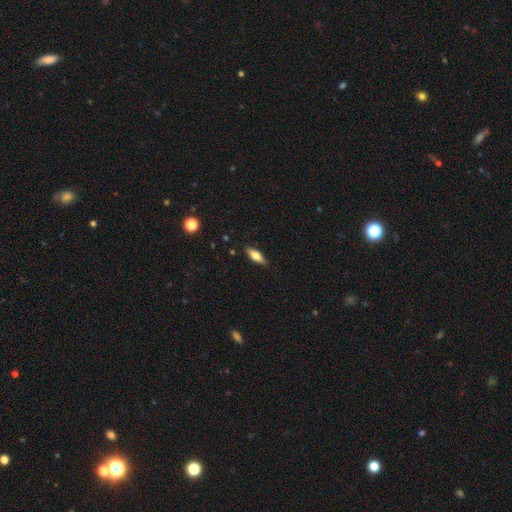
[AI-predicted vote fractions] This appears to be a smooth galaxy with no disk features (66%) that is in between round and cigar-shaped (62%). Merging: none (87%).